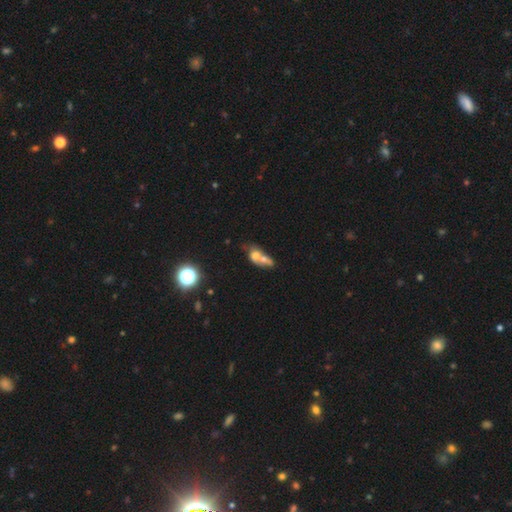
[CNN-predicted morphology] Smooth or featured? Predicted: smooth (p=0.57). How rounded? Predicted: in between (p=0.60). Merging? Predicted: merger (p=0.71).